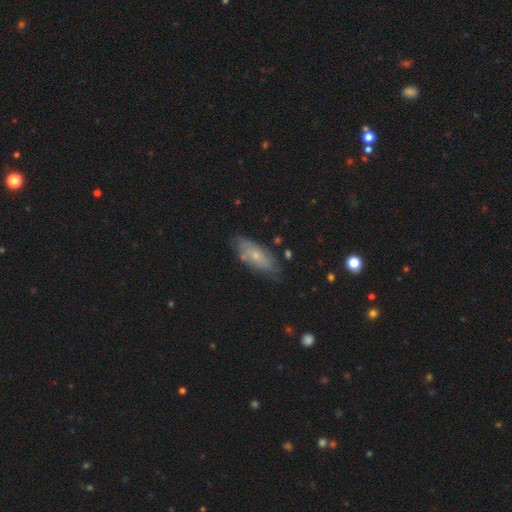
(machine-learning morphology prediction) Overall: featured or disk (49%; smooth 44%). Merging: none (68%).